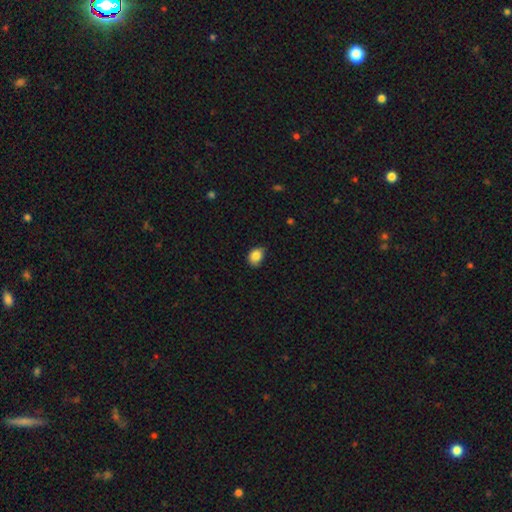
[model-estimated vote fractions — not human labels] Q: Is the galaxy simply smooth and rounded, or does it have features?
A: smooth — 86%.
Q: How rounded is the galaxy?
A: in between — 66%.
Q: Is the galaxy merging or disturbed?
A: none — 72%.